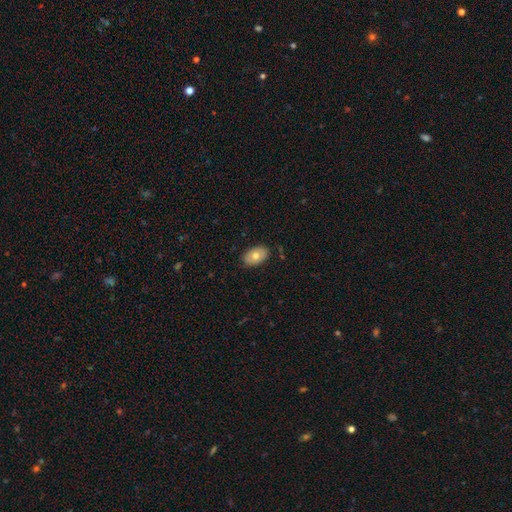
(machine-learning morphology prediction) This appears to be a smooth galaxy with no disk features (69%) that is in between round and cigar-shaped (90%). Merging: none (85%).